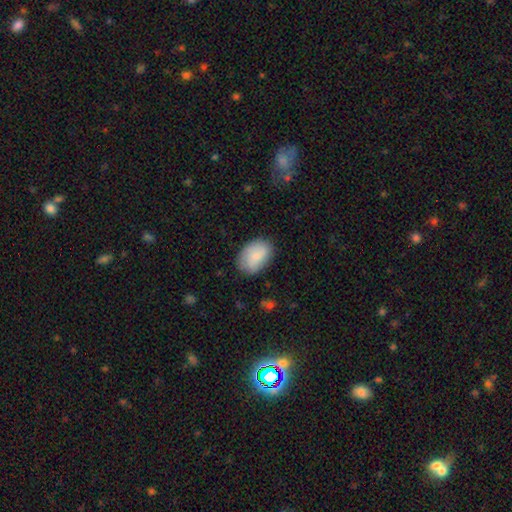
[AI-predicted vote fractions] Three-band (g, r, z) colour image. It shows a smooth galaxy with no disk features (80%) that is in between round and cigar-shaped (85%). Merging: none (77%).